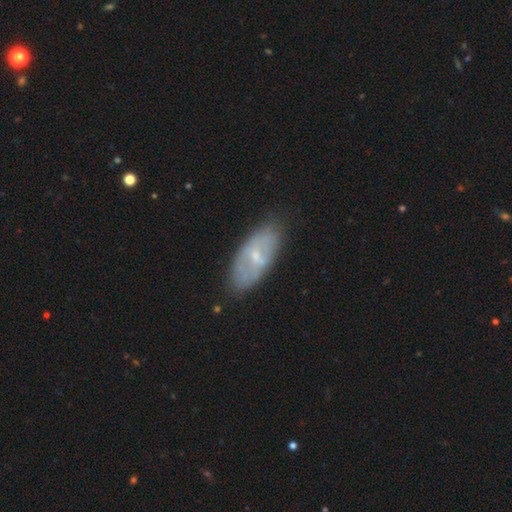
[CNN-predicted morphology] Smooth or featured: featured or disk — 52% (smooth — 41%)
Edge-on disk: no — 84% (yes — 16%)
Merging: none — 76% (minor disturbance — 18%)